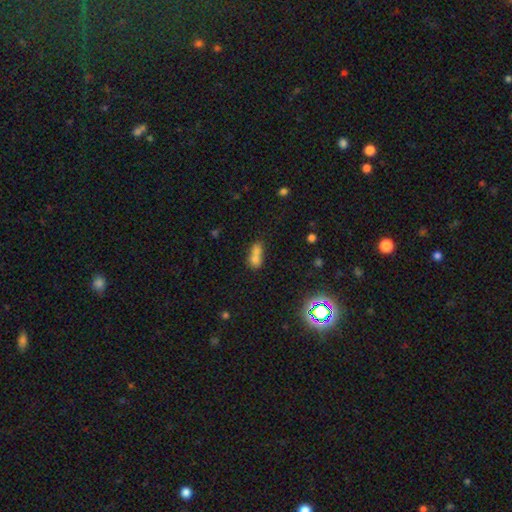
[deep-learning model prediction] A smooth galaxy with no disk features (70%) that is in between round and cigar-shaped (59%). Merging: merger (69%).